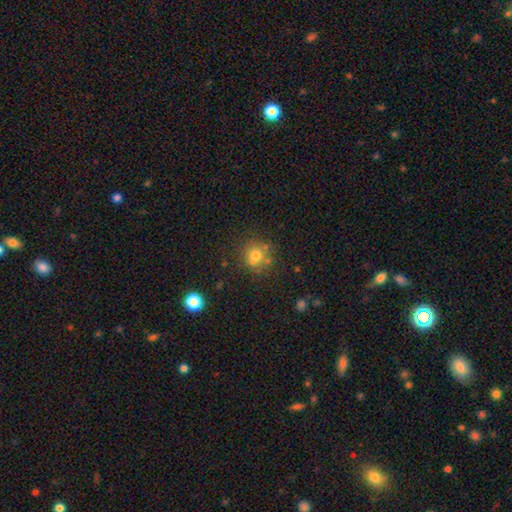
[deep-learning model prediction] smooth_or_featured: smooth (p=0.66) [alt: star or artifact p=0.18]
how_rounded: round (p=0.86) [alt: in between p=0.13]
merging: none (p=0.63) [alt: merger p=0.18]